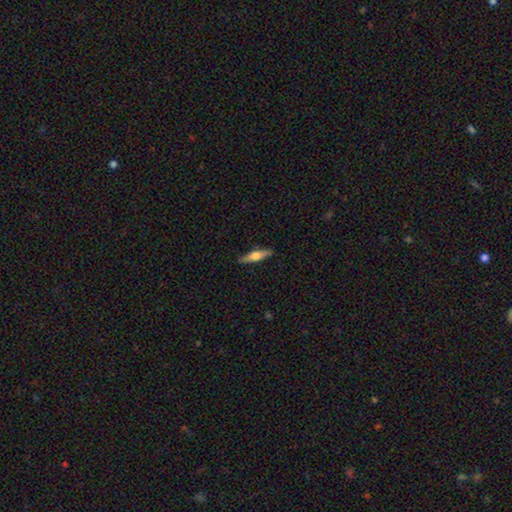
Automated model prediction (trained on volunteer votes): featured or disk 52%, smooth 42%, star or artifact 6%. Down the decision tree: edge-on disk — yes (95%); merging — none (89%).